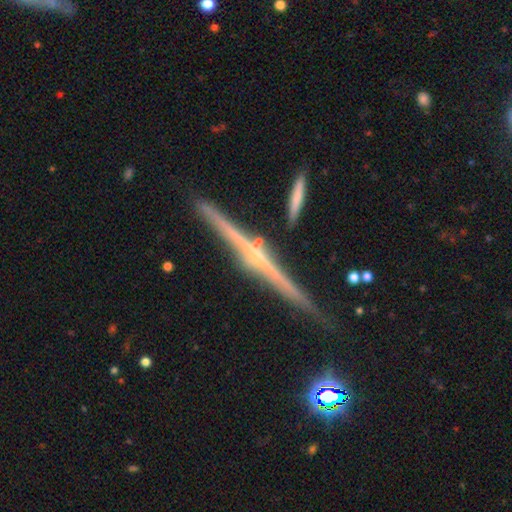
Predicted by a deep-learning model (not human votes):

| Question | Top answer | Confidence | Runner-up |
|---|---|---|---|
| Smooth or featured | featured or disk | 83% | smooth (10%) |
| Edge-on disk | yes | 98% | no (2%) |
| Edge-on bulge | rounded | 58% | none (33%) |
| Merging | none | 84% | minor disturbance (8%) |